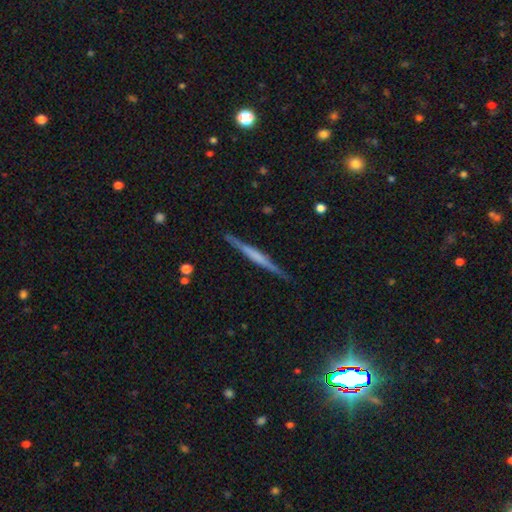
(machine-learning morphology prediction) This appears to be a featured or disk galaxy (65%) viewed edge-on (98%) with no central bulge (50%). Merging: none (89%).